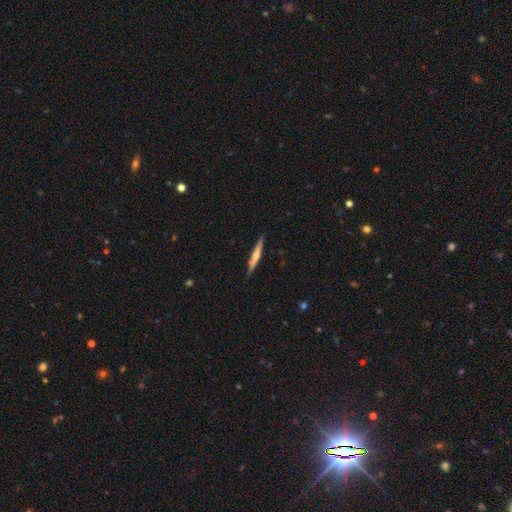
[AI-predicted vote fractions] Smooth or featured: smooth — 48% (featured or disk — 46%)
Merging: none — 88% (minor disturbance — 9%)